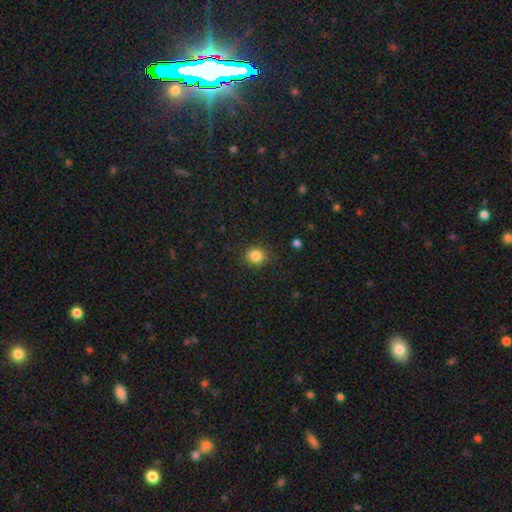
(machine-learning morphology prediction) Smooth or featured?
  - smooth: 84% *
  - star or artifact: 11%
  - featured or disk: 5%
How rounded?
  - round: 73% *
  - in between: 26%
  - cigar-shaped: 1%
Merging?
  - none: 85% *
  - minor disturbance: 11%
  - major disturbance: 3%
  - merger: 1%